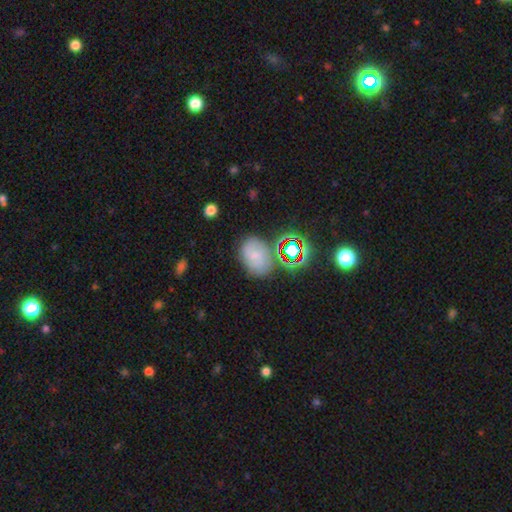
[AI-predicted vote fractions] A smooth galaxy with no disk features (43%). Merging: none (62%).